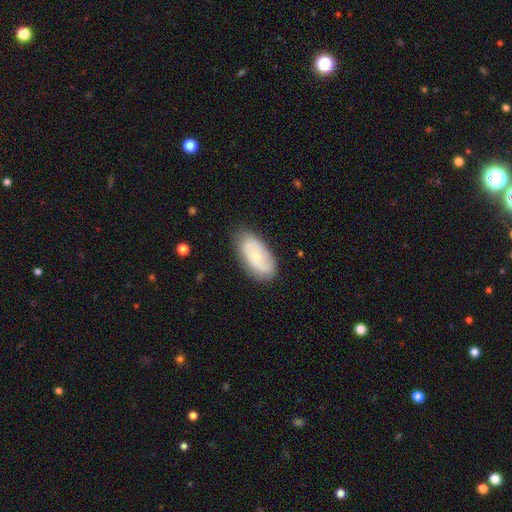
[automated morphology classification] Smooth or featured: smooth — 53% (featured or disk — 40%)
How rounded: in between — 91% (cigar-shaped — 6%)
Merging: none — 77% (minor disturbance — 17%)